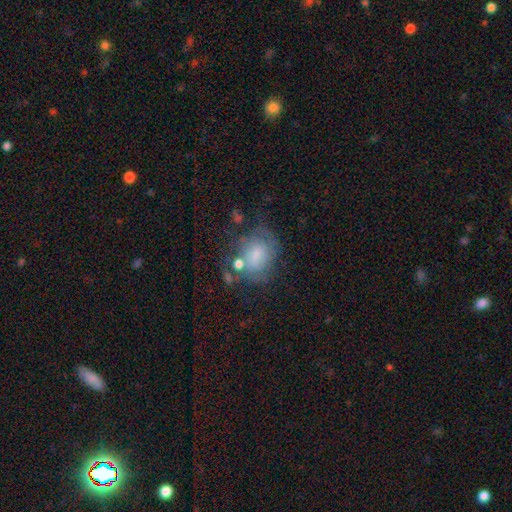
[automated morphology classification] Q: Smooth or featured?
A: smooth (50%); runner-up: featured or disk (40%)
Q: Merging?
A: none (41%); runner-up: minor disturbance (25%)